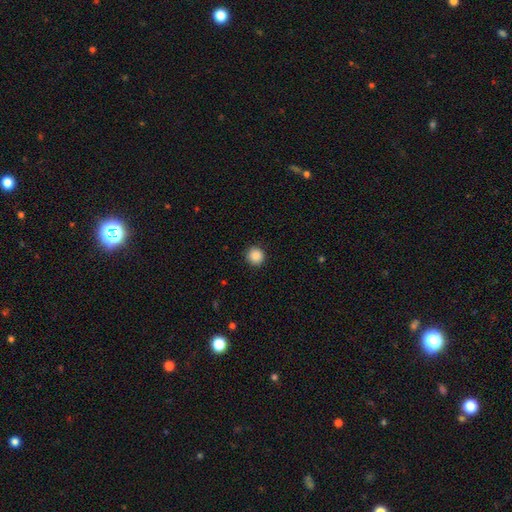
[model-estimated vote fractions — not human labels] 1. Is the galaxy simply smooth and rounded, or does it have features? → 88% smooth, 9% star or artifact, 2% featured or disk.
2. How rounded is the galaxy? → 94% round, 5% in between, 1% cigar-shaped.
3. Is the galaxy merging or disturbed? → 92% none, 5% minor disturbance, 2% major disturbance, 1% merger.